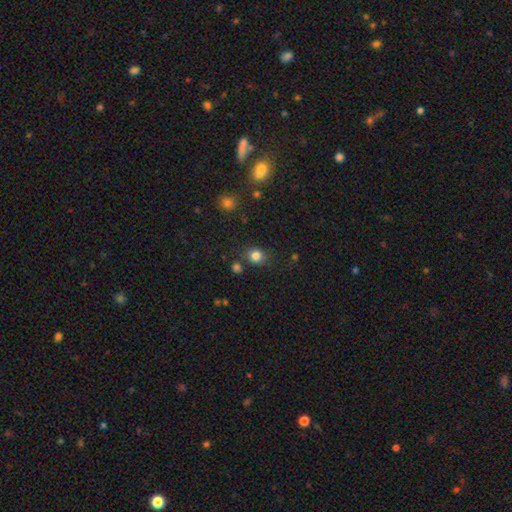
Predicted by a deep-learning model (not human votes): Overall: smooth (81%). How rounded: round (71%). Merging: none (78%).